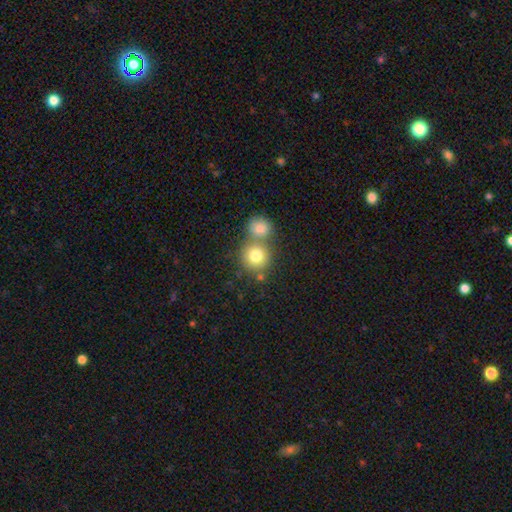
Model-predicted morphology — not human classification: A smooth galaxy with no disk features (78%) that is round (89%).

Vote fractions:
- Smooth or featured? smooth: 78% / featured or disk: 11% / star or artifact: 11%
- How rounded? round: 89% / in between: 10% / cigar-shaped: 1%
- Merging? none: 49% / merger: 41% / minor disturbance: 7% / major disturbance: 3%